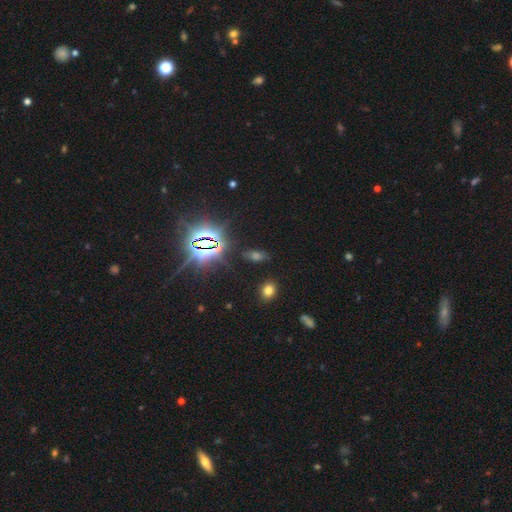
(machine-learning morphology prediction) smooth_or_featured: star or artifact (p=0.48) [alt: smooth p=0.40]